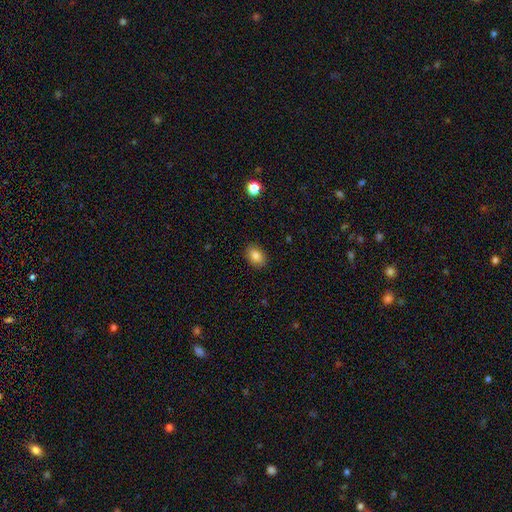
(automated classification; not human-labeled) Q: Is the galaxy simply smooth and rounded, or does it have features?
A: smooth — 84%.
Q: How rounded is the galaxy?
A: in between — 77%.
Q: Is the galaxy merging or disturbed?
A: none — 89%.